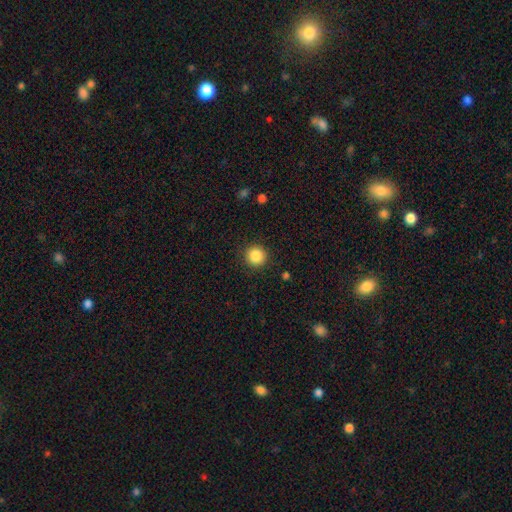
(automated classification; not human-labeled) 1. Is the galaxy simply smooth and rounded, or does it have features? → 87% smooth, 10% star or artifact, 4% featured or disk.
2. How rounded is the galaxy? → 95% round, 4% in between, 1% cigar-shaped.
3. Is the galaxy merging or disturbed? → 91% none, 6% minor disturbance, 2% major disturbance, 1% merger.